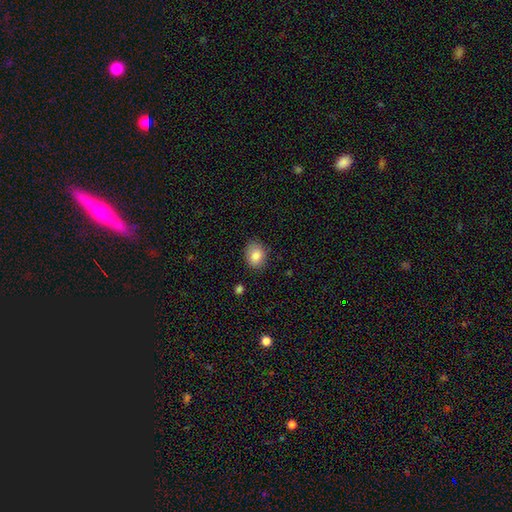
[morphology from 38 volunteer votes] Q: Smooth or featured?
A: smooth (76%); runner-up: featured or disk (16%)
Q: How rounded?
A: round (76%); runner-up: in between (24%)
Q: Merging?
A: none (71%); runner-up: minor disturbance (17%)